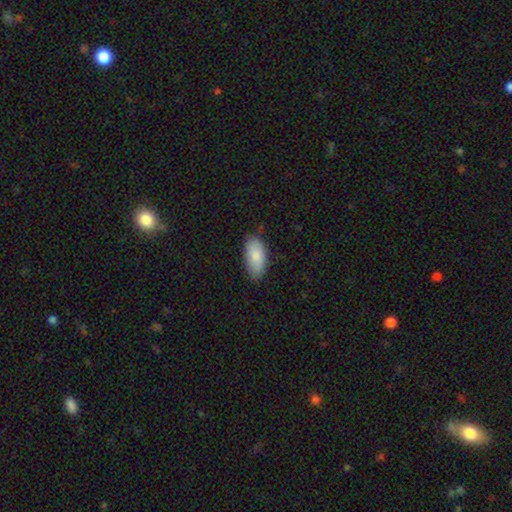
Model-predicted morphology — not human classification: The model was most divided on "merging": none: 80%, minor disturbance: 16%, major disturbance: 3%, merger: 1%. More confident: how rounded — in between (92%); smooth or featured — smooth (86%).